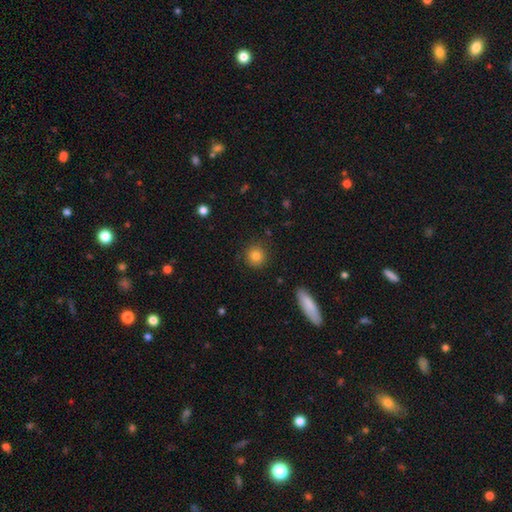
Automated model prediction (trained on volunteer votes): A smooth galaxy with no disk features (83%) that is round (92%).

Vote fractions:
- Smooth or featured? smooth: 83% / star or artifact: 10% / featured or disk: 7%
- How rounded? round: 92% / in between: 7% / cigar-shaped: 1%
- Merging? none: 89% / minor disturbance: 7% / major disturbance: 2% / merger: 1%